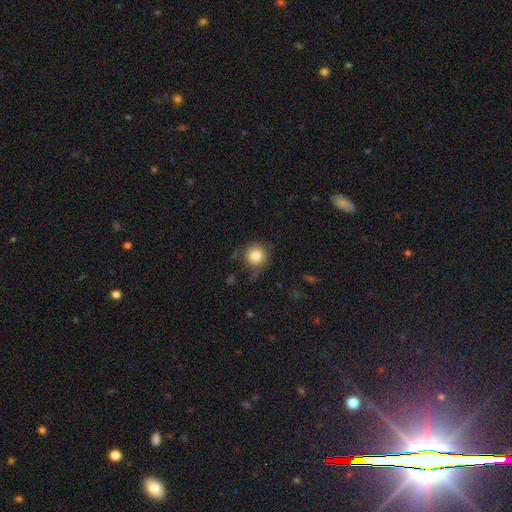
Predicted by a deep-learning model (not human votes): Q: Smooth or featured?
A: smooth (81%); runner-up: star or artifact (10%)
Q: How rounded?
A: round (94%); runner-up: in between (5%)
Q: Merging?
A: none (70%); runner-up: minor disturbance (19%)